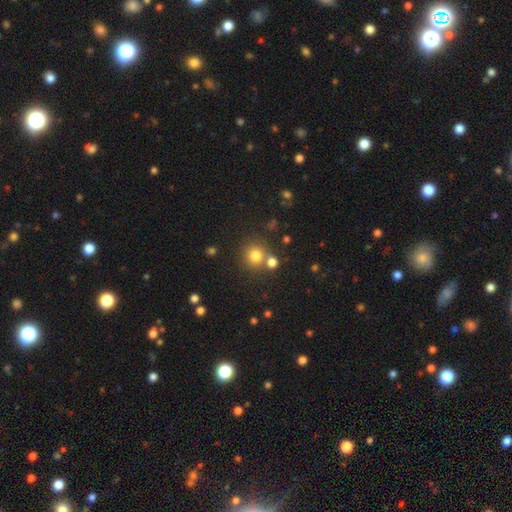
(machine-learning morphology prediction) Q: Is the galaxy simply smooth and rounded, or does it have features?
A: smooth — 78%.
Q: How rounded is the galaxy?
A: round — 90%.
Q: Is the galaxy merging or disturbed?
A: none — 69%.